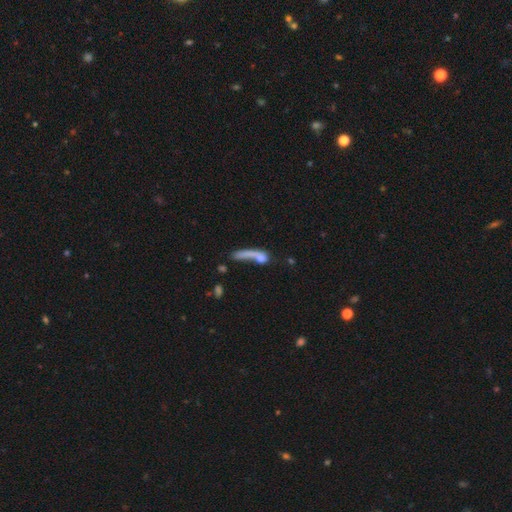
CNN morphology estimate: smooth_or_featured: smooth (p=0.58) [alt: featured or disk p=0.31]
how_rounded: cigar-shaped (p=0.63) [alt: in between p=0.26]
merging: merger (p=0.30) [tied with: none p=0.30]